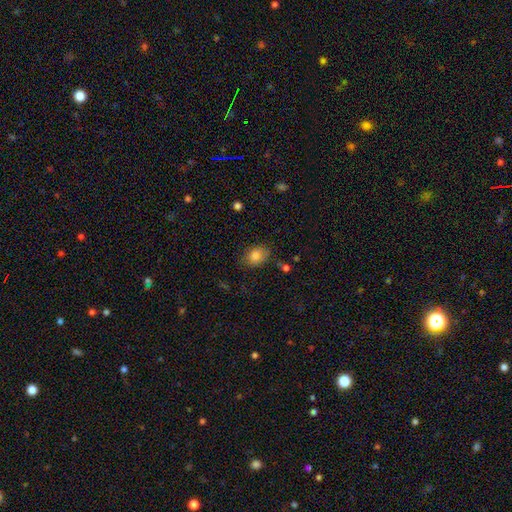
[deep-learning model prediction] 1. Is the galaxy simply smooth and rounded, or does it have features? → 83% smooth, 9% star or artifact, 8% featured or disk.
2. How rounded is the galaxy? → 68% in between, 31% round, 1% cigar-shaped.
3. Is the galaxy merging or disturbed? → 76% none, 18% minor disturbance, 4% major disturbance, 2% merger.